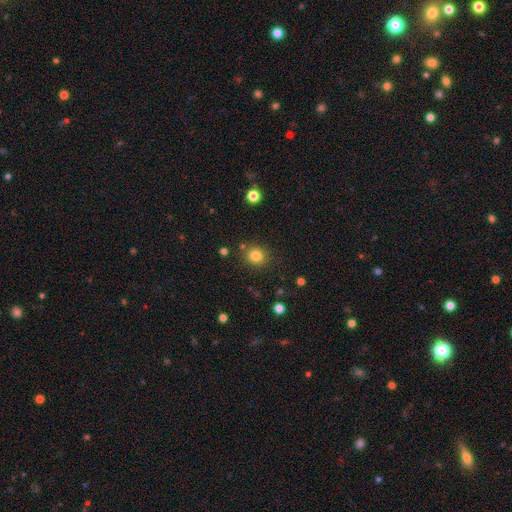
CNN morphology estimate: Q: Smooth or featured?
A: smooth (81%); runner-up: star or artifact (13%)
Q: How rounded?
A: round (88%); runner-up: in between (11%)
Q: Merging?
A: none (85%); runner-up: minor disturbance (8%)